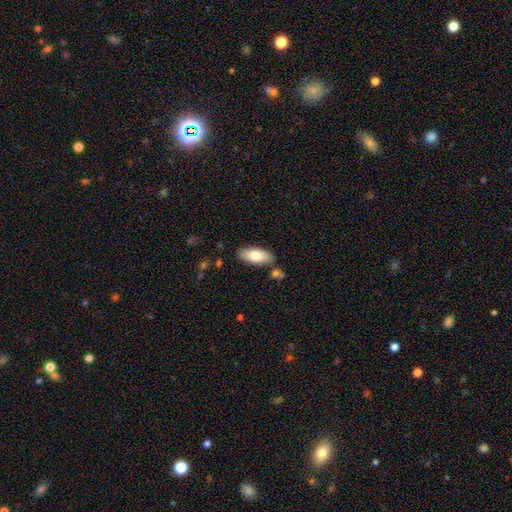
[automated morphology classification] Q: Smooth or featured?
A: smooth (77%); runner-up: featured or disk (17%)
Q: How rounded?
A: in between (82%); runner-up: cigar-shaped (16%)
Q: Merging?
A: none (83%); runner-up: minor disturbance (11%)